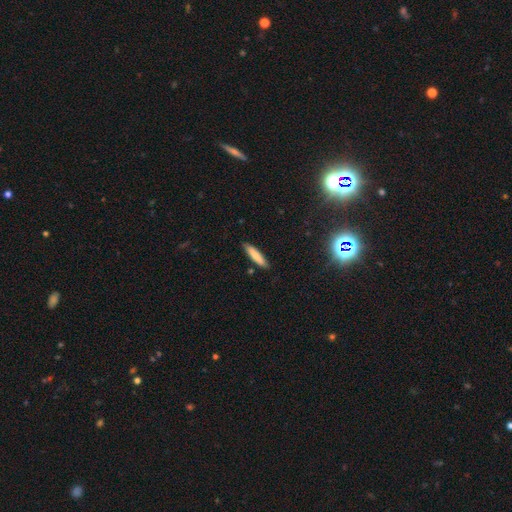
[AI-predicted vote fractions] smooth-or-featured: smooth: 79% | featured or disk: 15% | star or artifact: 7%
  how-rounded: cigar-shaped: 82% | in between: 17% | round: 1%
  merging: none: 87% | minor disturbance: 10% | merger: 2% | major disturbance: 2%